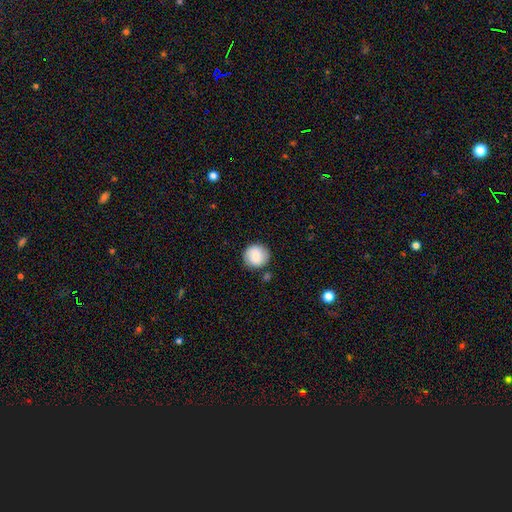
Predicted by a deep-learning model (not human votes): This appears to be a smooth galaxy with no disk features (79%) that is round (93%). Merging: none (85%).